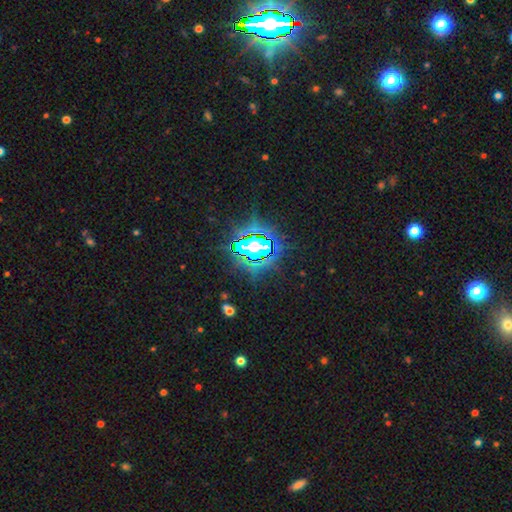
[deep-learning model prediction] smooth_or_featured: star or artifact (p=0.83) [alt: smooth p=0.09]